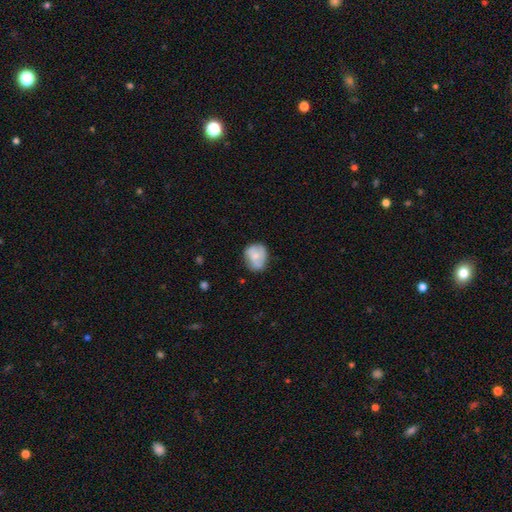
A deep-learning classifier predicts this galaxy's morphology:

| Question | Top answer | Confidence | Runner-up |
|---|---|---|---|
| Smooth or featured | smooth | 60% | featured or disk (33%) |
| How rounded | round | 55% | in between (44%) |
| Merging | none | 57% | minor disturbance (31%) |